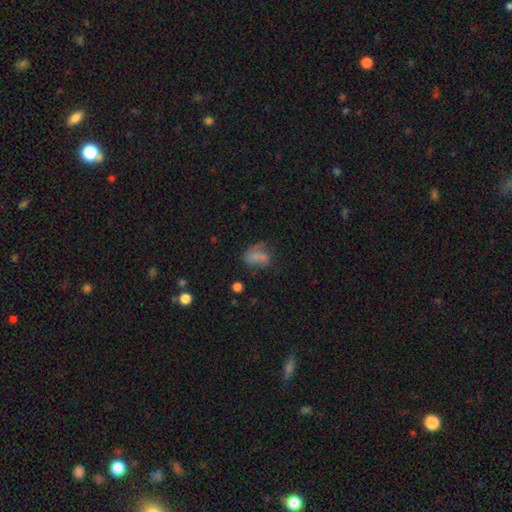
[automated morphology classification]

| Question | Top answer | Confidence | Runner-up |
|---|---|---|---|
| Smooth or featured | smooth | 59% | featured or disk (21%) |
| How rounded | in between | 74% | round (23%) |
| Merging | none | 47% | minor disturbance (27%) |